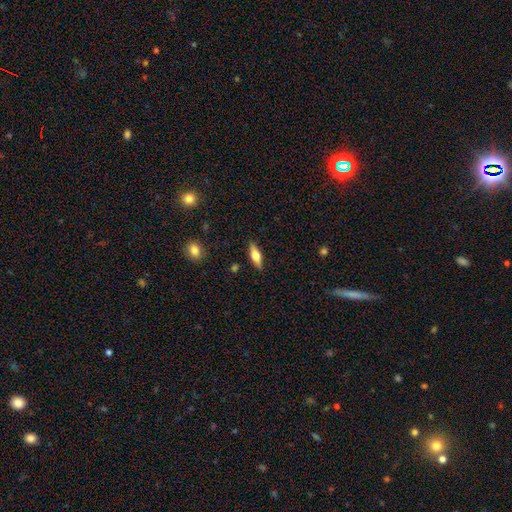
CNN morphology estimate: smooth_or_featured: smooth (p=0.48) [alt: featured or disk p=0.45]
merging: none (p=0.88) [alt: minor disturbance p=0.09]